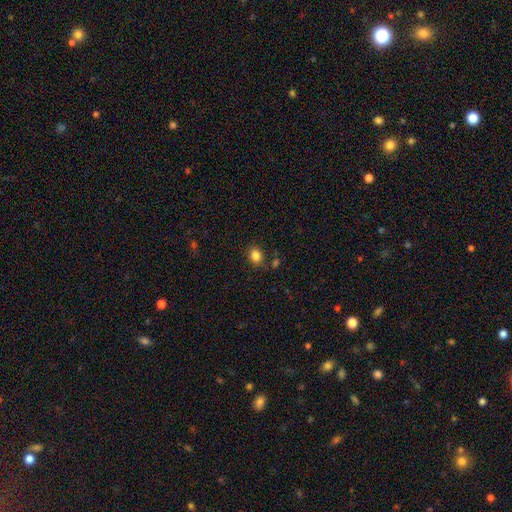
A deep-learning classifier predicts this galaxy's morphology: Overall: smooth (84%). How rounded: round (55%; in between 44%). Merging: none (82%).